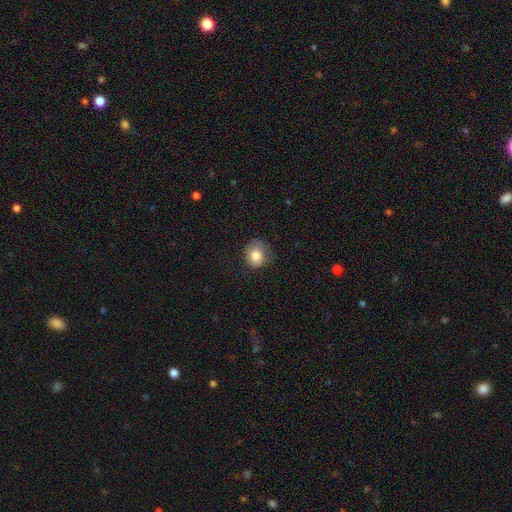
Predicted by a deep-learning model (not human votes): Smooth or featured? Predicted: smooth (p=0.82). How rounded? Predicted: round (p=0.79). Merging? Predicted: none (p=0.66).